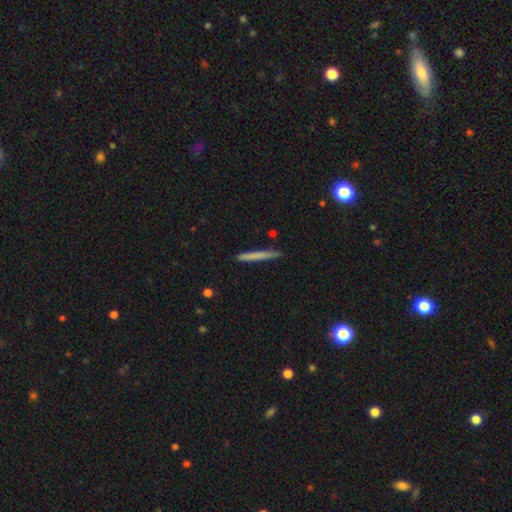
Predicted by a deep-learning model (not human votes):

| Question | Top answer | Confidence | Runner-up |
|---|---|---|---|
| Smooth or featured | smooth | 70% | featured or disk (25%) |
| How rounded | cigar-shaped | 97% | in between (2%) |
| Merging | none | 88% | minor disturbance (9%) |